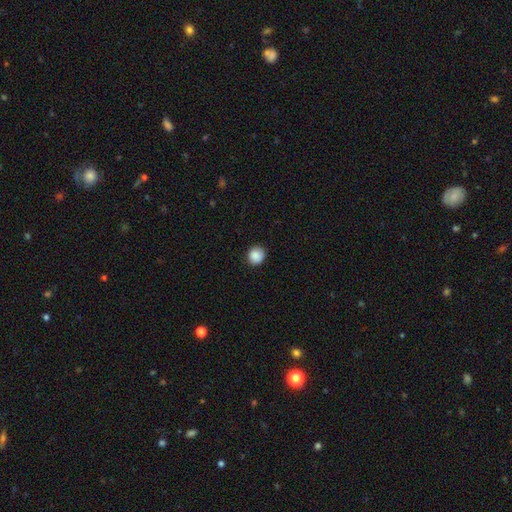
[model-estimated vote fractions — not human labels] The model was most divided on "smooth or featured": smooth: 88%, star or artifact: 9%, featured or disk: 3%. More confident: how rounded — round (90%); merging — none (89%).